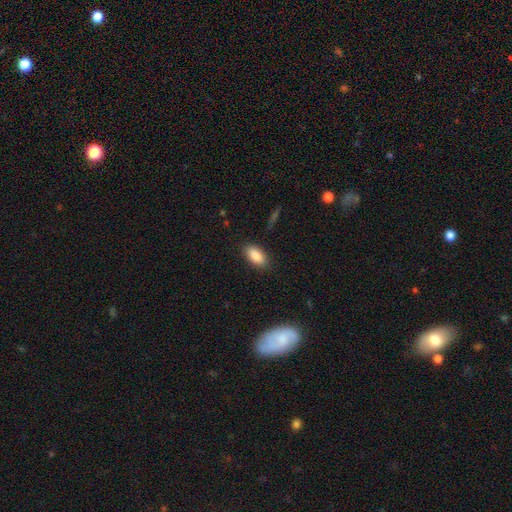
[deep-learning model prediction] The model was most divided on "merging": none: 86%, minor disturbance: 10%, major disturbance: 3%, merger: 1%. More confident: how rounded — in between (90%); smooth or featured — smooth (87%).